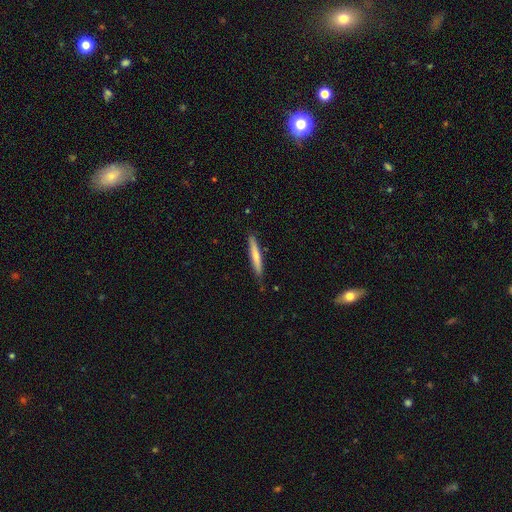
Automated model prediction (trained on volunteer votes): The model was most divided on "smooth or featured": smooth: 65%, featured or disk: 30%, star or artifact: 5%. More confident: how rounded — cigar-shaped (94%); merging — none (83%).